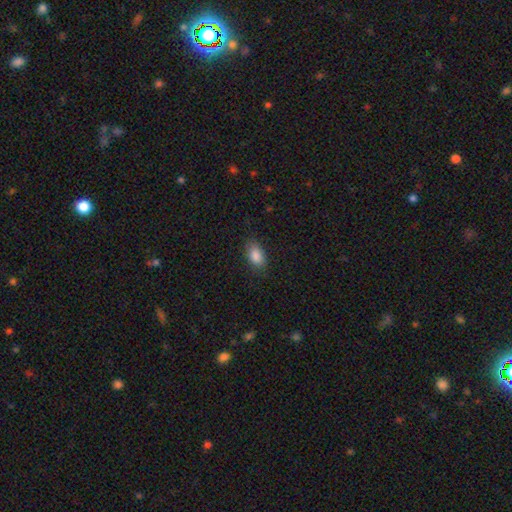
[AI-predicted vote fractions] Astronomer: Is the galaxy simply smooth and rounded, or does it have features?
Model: smooth — 87%.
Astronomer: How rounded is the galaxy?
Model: in between — 90%.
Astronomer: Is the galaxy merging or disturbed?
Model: none — 82%.